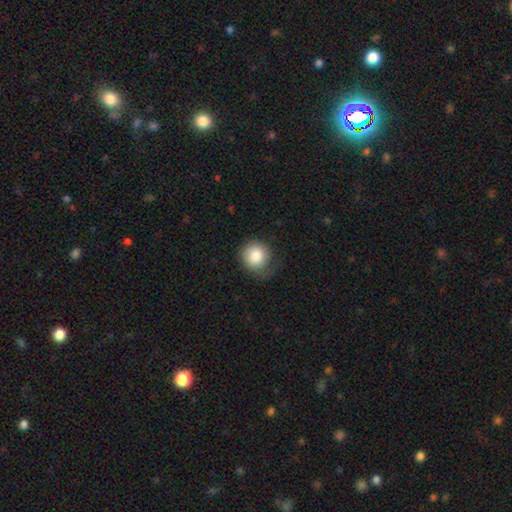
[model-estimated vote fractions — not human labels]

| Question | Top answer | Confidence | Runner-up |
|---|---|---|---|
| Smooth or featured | smooth | 85% | featured or disk (8%) |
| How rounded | round | 90% | in between (9%) |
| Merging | none | 58% | minor disturbance (28%) |